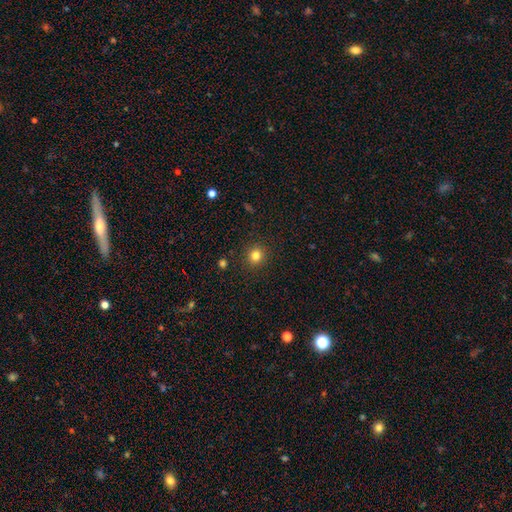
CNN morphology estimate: Smooth or featured?
  - smooth: 81% *
  - star or artifact: 13%
  - featured or disk: 6%
How rounded?
  - round: 89% *
  - in between: 10%
  - cigar-shaped: 1%
Merging?
  - none: 91% *
  - minor disturbance: 6%
  - major disturbance: 2%
  - merger: 1%